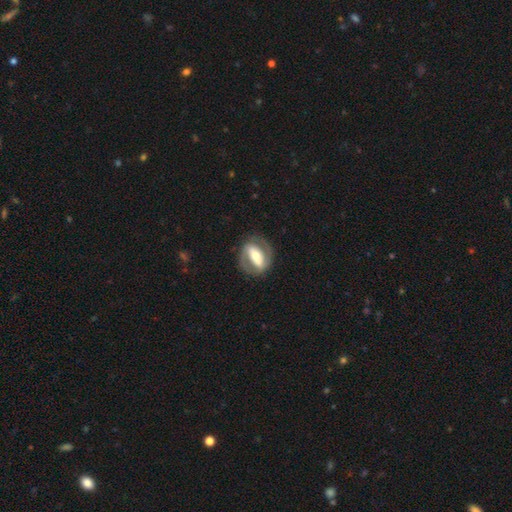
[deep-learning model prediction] Overall: featured or disk (77%). Edge-on disk: no (93%). Bar: strong (68%). Spiral arms: yes (71%). Spiral arm count: 2 (85%). Spiral winding: tight (43%; medium 42%). Bulge size: moderate (62%; small 23%). Merging: none (80%).